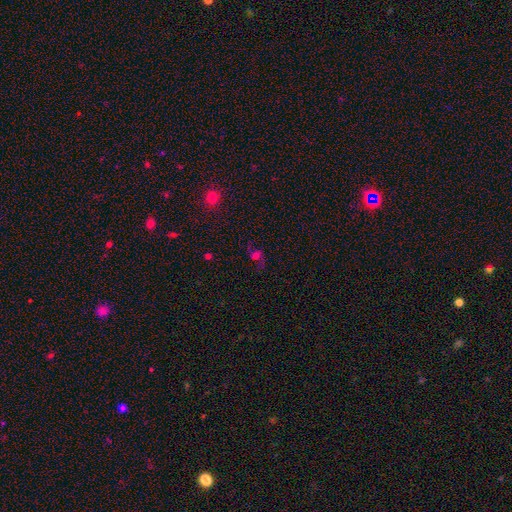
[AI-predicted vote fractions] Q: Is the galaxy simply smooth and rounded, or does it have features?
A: featured or disk — 56%.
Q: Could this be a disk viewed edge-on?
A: no — 96%.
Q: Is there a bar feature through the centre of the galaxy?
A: no — 60%.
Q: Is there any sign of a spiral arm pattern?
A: yes — 89%.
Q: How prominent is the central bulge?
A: moderate — 41%.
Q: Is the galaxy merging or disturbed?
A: none — 65%.